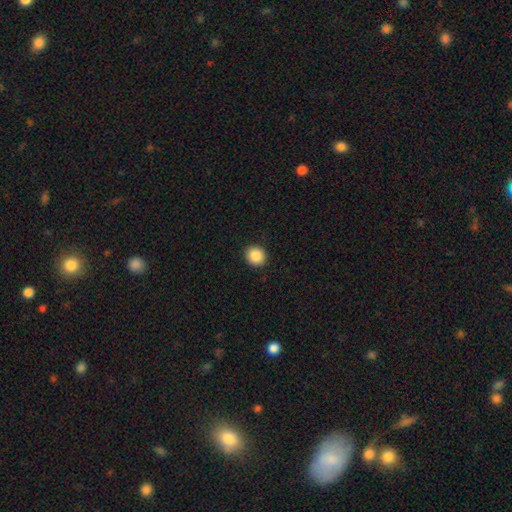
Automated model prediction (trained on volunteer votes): This is clearly a smooth galaxy (88%). How rounded: clearly round (87%). Merging: clearly none (92%).